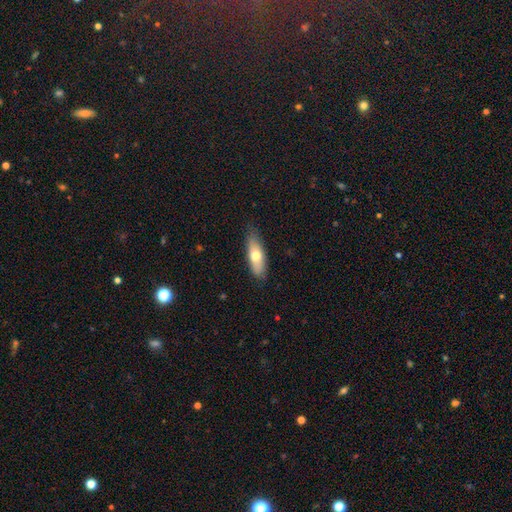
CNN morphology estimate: A smooth galaxy with no disk features (65%) that is in between round and cigar-shaped (62%).

Vote fractions:
- Smooth or featured? smooth: 65% / featured or disk: 30% / star or artifact: 6%
- How rounded? in between: 62% / cigar-shaped: 35% / round: 3%
- Merging? none: 80% / minor disturbance: 16% / major disturbance: 3% / merger: 1%